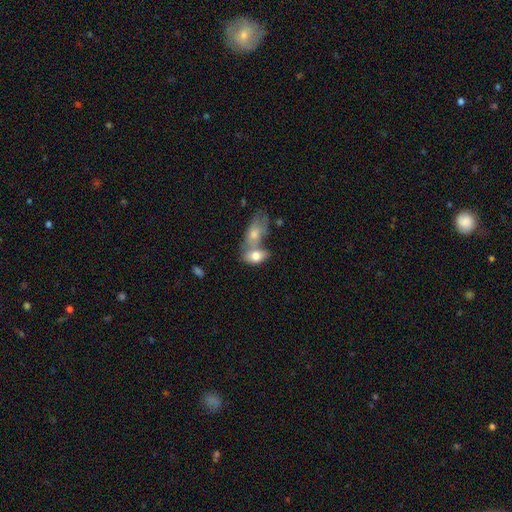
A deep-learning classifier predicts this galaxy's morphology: A smooth galaxy with no disk features (75%) that is in between round and cigar-shaped (85%).

Vote fractions:
- Smooth or featured? smooth: 75% / featured or disk: 18% / star or artifact: 7%
- How rounded? in between: 85% / round: 11% / cigar-shaped: 4%
- Merging? merger: 60% / none: 24% / minor disturbance: 10% / major disturbance: 5%